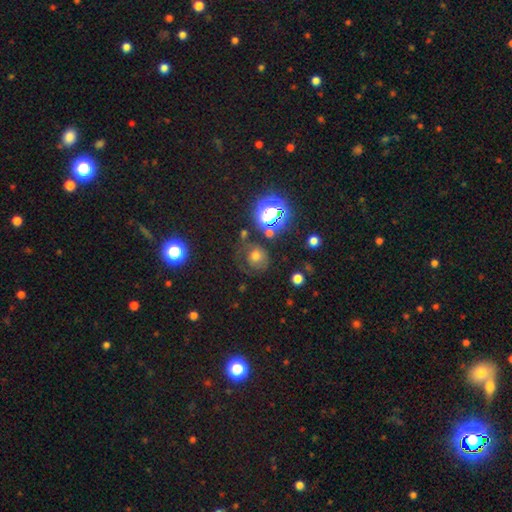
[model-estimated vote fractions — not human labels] The model was most divided on "smooth or featured": smooth: 56%, star or artifact: 25%, featured or disk: 19%. More confident: how rounded — round (82%); merging — none (58%).